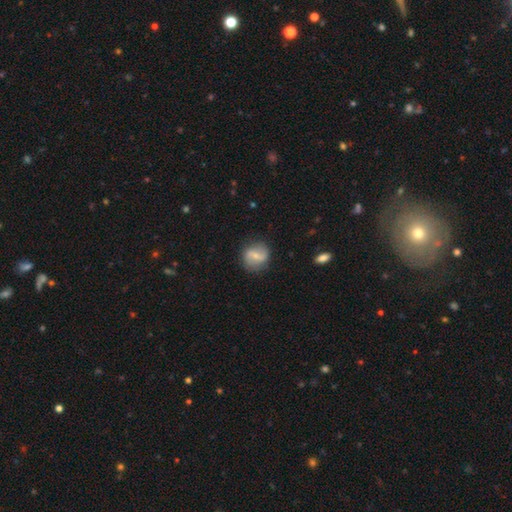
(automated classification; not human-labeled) Smooth or featured? featured or disk (53%)
Edge-on disk? no (96%)
Bar? weak (46%)
Spiral arms? yes (76%)
Bulge size? small (55%)
Merging? none (80%)